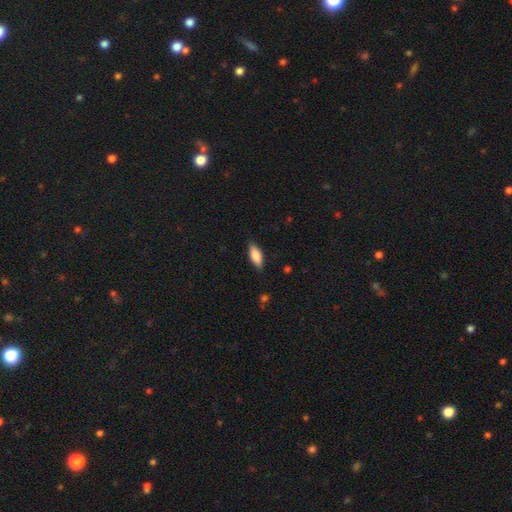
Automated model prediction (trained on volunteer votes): Smooth or featured? smooth (82%)
How rounded? in between (75%)
Merging? none (84%)